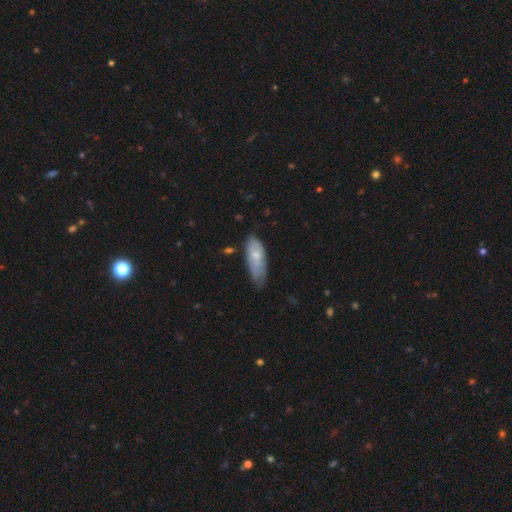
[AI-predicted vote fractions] Q: Smooth or featured?
A: smooth (68%); runner-up: featured or disk (26%)
Q: How rounded?
A: in between (77%); runner-up: cigar-shaped (21%)
Q: Merging?
A: none (45%); runner-up: minor disturbance (41%)